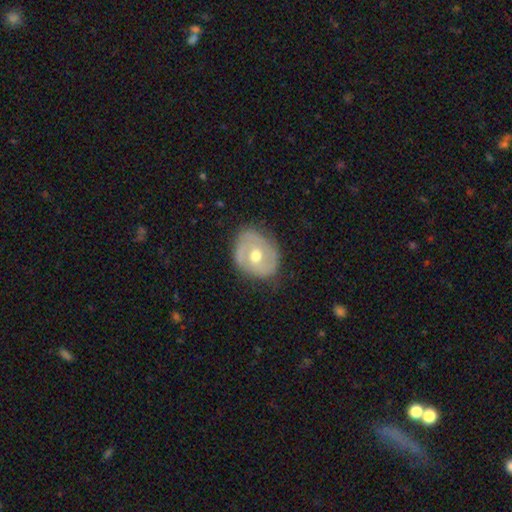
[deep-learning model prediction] This appears to be a featured or disk galaxy (65%) with no bar (69%), spiral arms (60%) and a moderate central bulge (80%). Merging: none (69%).